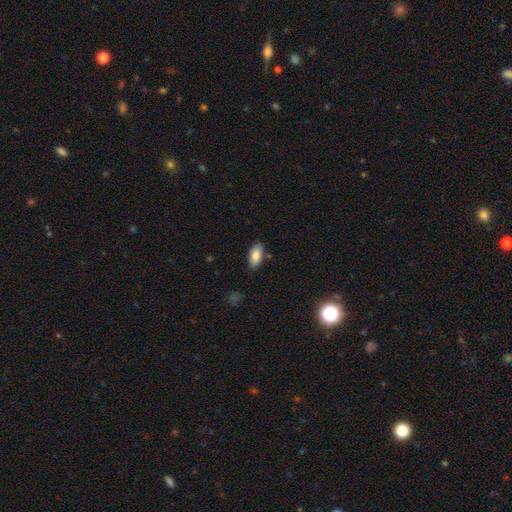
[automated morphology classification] smooth_or_featured: smooth (p=0.86) [alt: featured or disk p=0.07]
how_rounded: in between (p=0.91) [alt: cigar-shaped p=0.06]
merging: none (p=0.84) [alt: minor disturbance p=0.11]